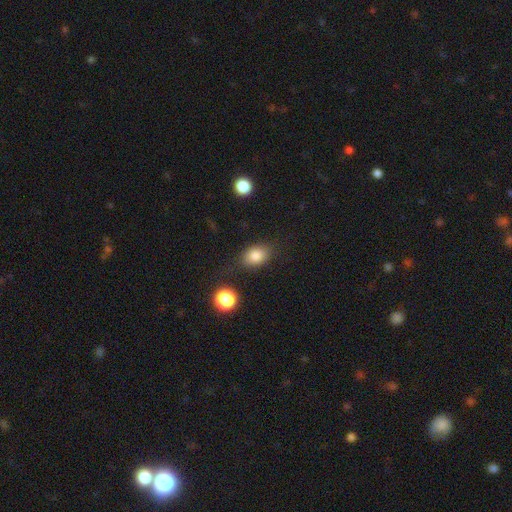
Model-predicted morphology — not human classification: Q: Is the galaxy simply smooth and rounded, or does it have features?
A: smooth — 84%.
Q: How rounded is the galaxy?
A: in between — 71%.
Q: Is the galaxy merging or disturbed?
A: none — 75%.